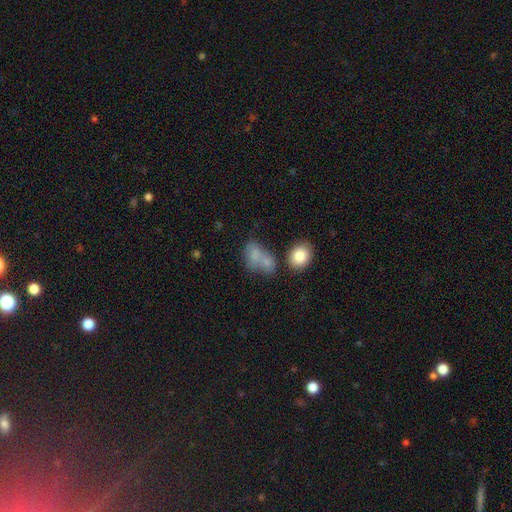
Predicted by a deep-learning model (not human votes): smooth-or-featured: smooth: 71% | featured or disk: 17% | star or artifact: 12%
  how-rounded: in between: 77% | round: 20% | cigar-shaped: 3%
  merging: merger: 41% | none: 31% | minor disturbance: 16% | major disturbance: 12%